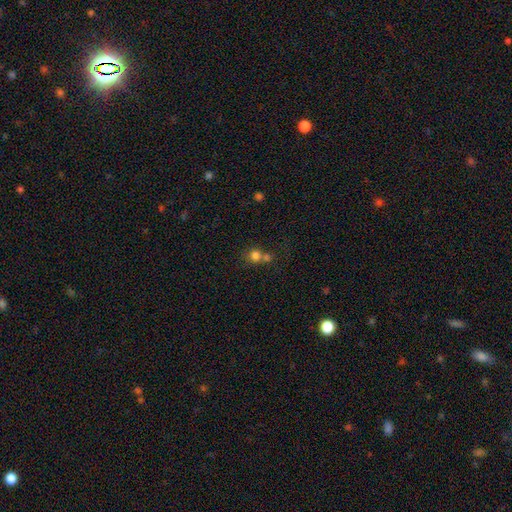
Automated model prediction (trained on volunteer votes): smooth_or_featured: smooth (p=0.78) [alt: star or artifact p=0.13]
how_rounded: round (p=0.83) [alt: in between p=0.16]
merging: none (p=0.44) [tied with: merger p=0.44]